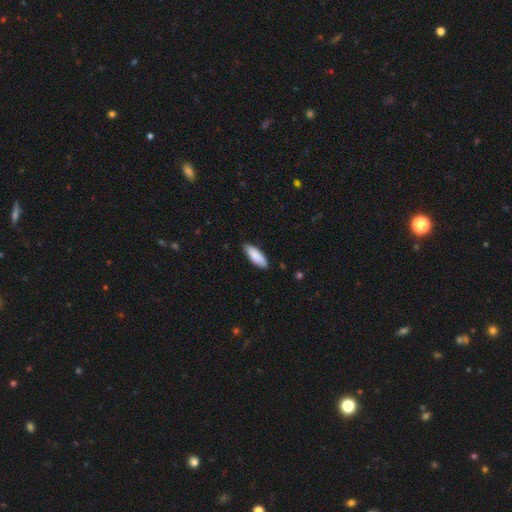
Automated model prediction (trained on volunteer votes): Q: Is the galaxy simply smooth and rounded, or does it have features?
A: smooth — 87%.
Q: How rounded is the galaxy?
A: in between — 68%.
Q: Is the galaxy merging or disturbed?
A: none — 83%.